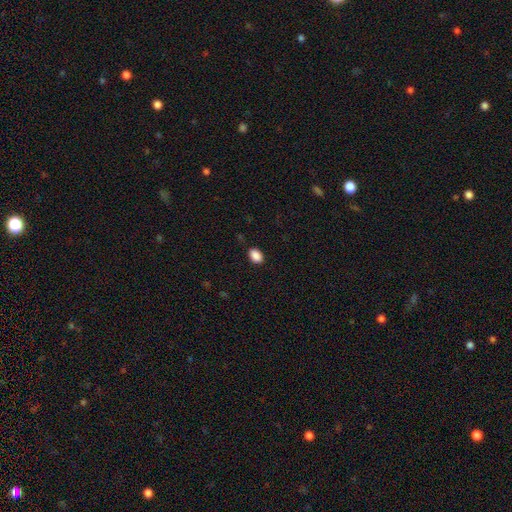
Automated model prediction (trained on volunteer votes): Smooth or featured? Predicted: smooth (p=0.89). How rounded? Predicted: in between (p=0.85). Merging? Predicted: none (p=0.87).